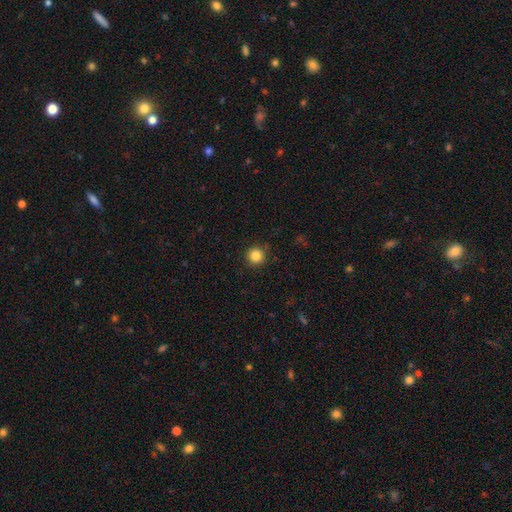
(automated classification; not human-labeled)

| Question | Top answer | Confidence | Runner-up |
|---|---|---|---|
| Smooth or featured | smooth | 85% | star or artifact (11%) |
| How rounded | round | 95% | in between (4%) |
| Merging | none | 91% | minor disturbance (6%) |